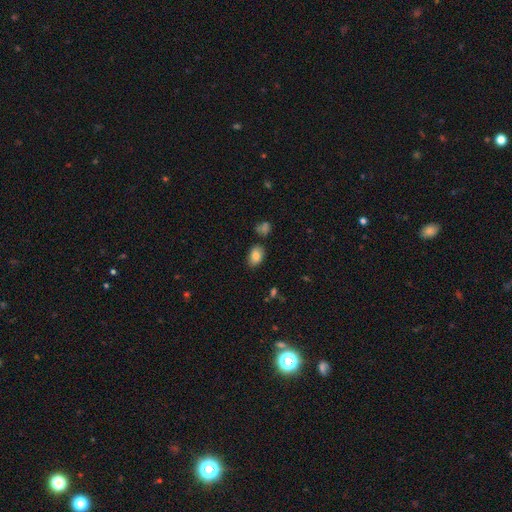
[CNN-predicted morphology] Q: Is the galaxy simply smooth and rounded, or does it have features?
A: smooth — 83%.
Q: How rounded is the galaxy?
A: in between — 86%.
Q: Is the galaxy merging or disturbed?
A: none — 79%.